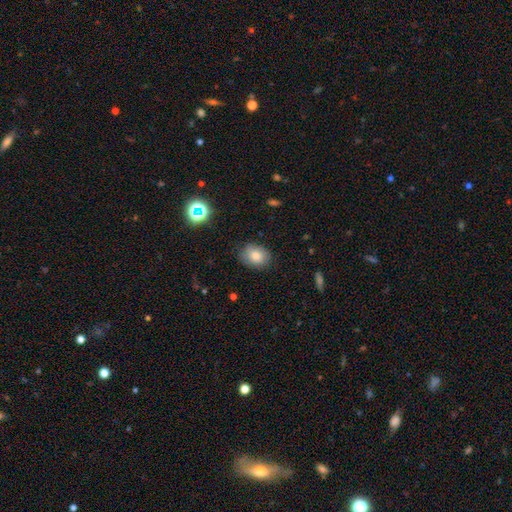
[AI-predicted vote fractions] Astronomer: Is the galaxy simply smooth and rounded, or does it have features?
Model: smooth — 80%.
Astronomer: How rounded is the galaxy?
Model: in between — 59% (runner-up: round, 40%).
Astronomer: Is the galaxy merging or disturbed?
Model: none — 81%.